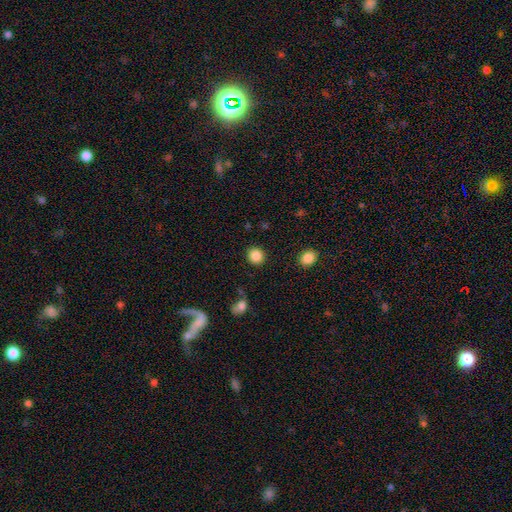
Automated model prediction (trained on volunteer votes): This is clearly a smooth galaxy (87%). How rounded: clearly round (89%). Merging: clearly none (89%).